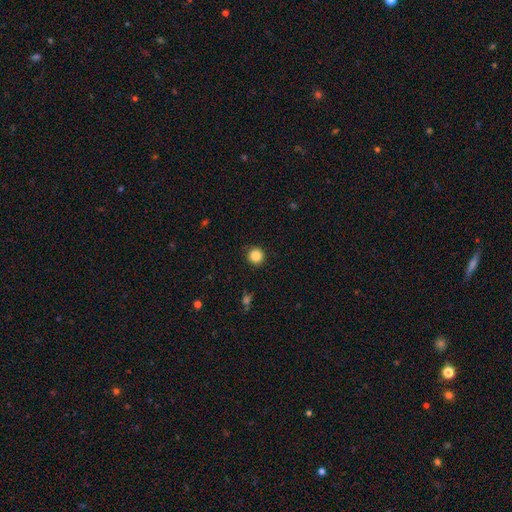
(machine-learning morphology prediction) Q: Smooth or featured?
A: smooth (85%); runner-up: star or artifact (11%)
Q: How rounded?
A: round (95%); runner-up: in between (4%)
Q: Merging?
A: none (91%); runner-up: minor disturbance (6%)